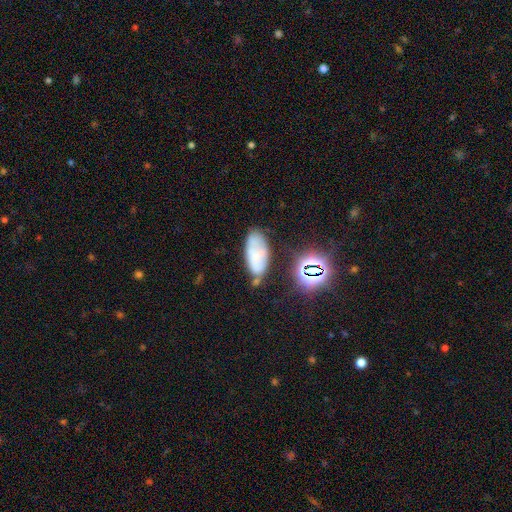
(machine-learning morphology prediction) Smooth or featured: smooth — 55% (featured or disk — 27%)
How rounded: in between — 87% (cigar-shaped — 9%)
Merging: none — 58% (minor disturbance — 25%)